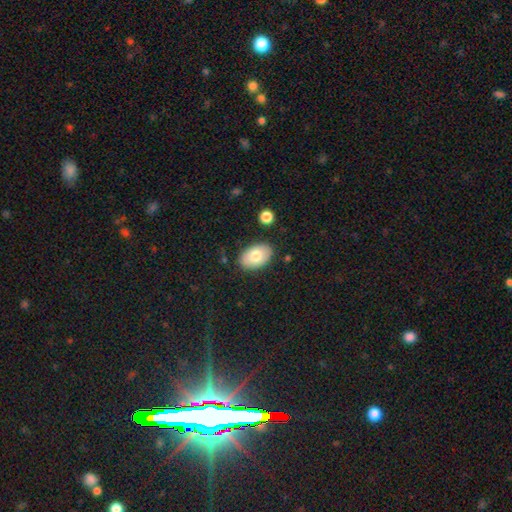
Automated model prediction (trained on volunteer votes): Smooth or featured? Predicted: smooth (p=0.73). How rounded? Predicted: in between (p=0.90). Merging? Predicted: none (p=0.85).